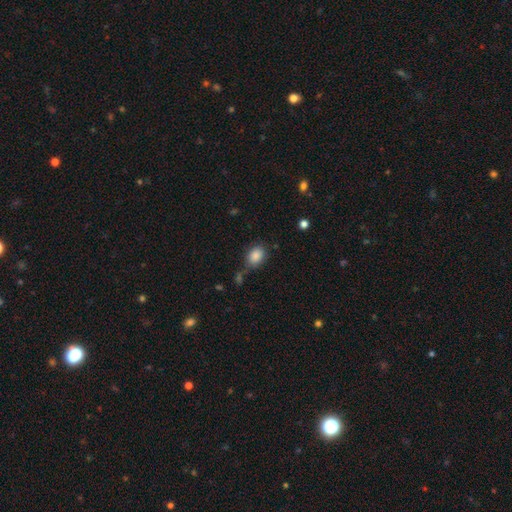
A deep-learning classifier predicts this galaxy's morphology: Q: Smooth or featured?
A: smooth (86%); runner-up: star or artifact (9%)
Q: How rounded?
A: in between (69%); runner-up: round (30%)
Q: Merging?
A: none (69%); runner-up: minor disturbance (18%)